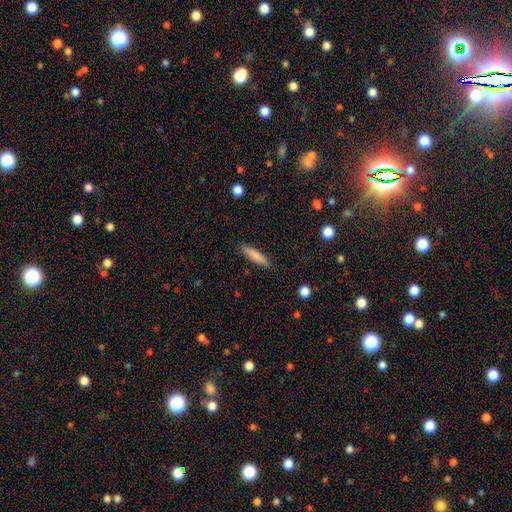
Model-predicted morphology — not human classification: Q: Smooth or featured?
A: smooth (81%); runner-up: featured or disk (12%)
Q: How rounded?
A: cigar-shaped (81%); runner-up: in between (17%)
Q: Merging?
A: none (89%); runner-up: minor disturbance (8%)